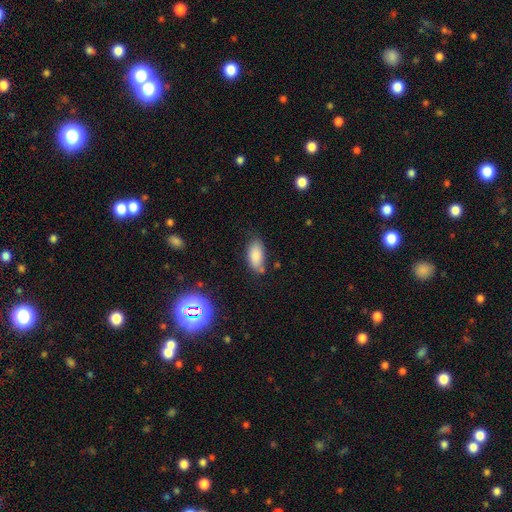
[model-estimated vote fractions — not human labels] smooth-or-featured: smooth: 84% | star or artifact: 9% | featured or disk: 7%
  how-rounded: in between: 91% | cigar-shaped: 6% | round: 3%
  merging: none: 66% | minor disturbance: 24% | major disturbance: 5% | merger: 5%